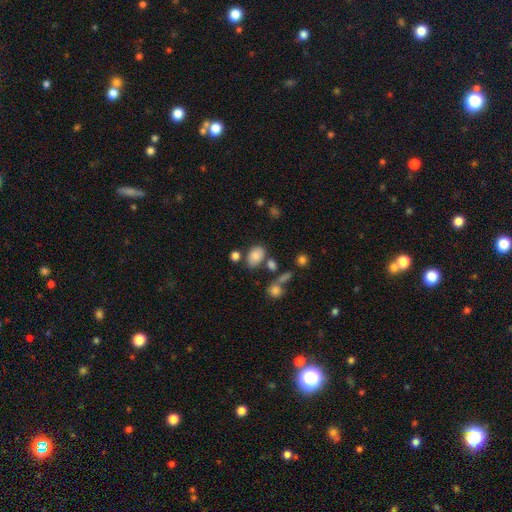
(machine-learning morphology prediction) smooth 80%, star or artifact 11%, featured or disk 9%. Down the decision tree: how rounded — in between (81%); merging — none (63%).